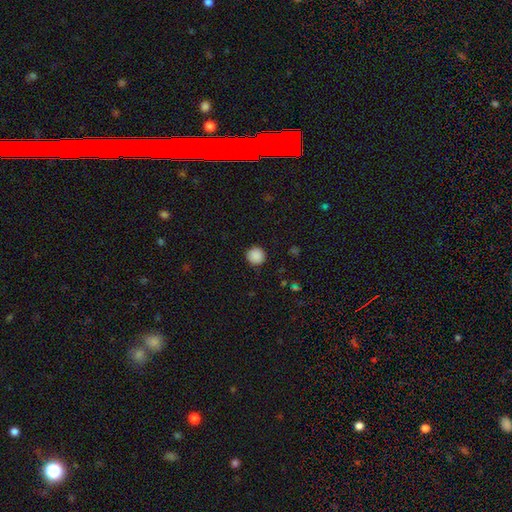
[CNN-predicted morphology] smooth 88%, star or artifact 9%, featured or disk 2%. Down the decision tree: how rounded — round (94%); merging — none (91%).